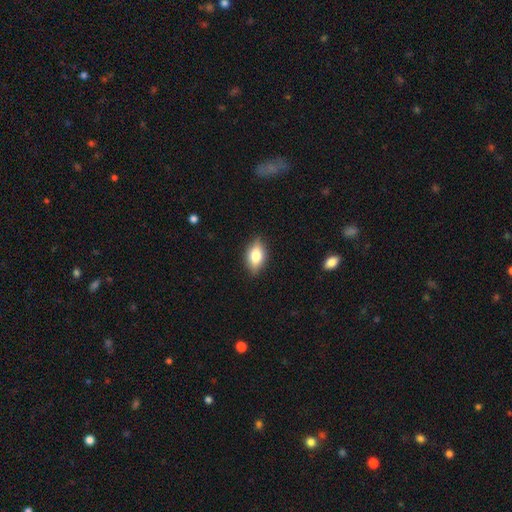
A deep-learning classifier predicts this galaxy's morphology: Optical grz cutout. It shows a smooth galaxy with no disk features (68%) that is in between round and cigar-shaped (83%). Merging: none (84%).